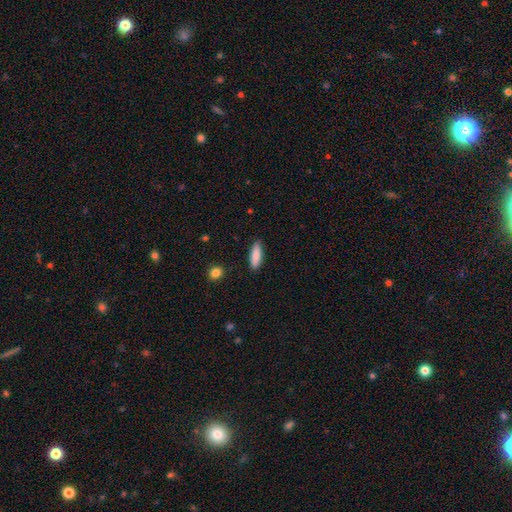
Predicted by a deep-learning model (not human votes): Smooth or featured: smooth — 87% (featured or disk — 7%)
How rounded: cigar-shaped — 51% (in between — 47%)
Merging: none — 88% (minor disturbance — 9%)